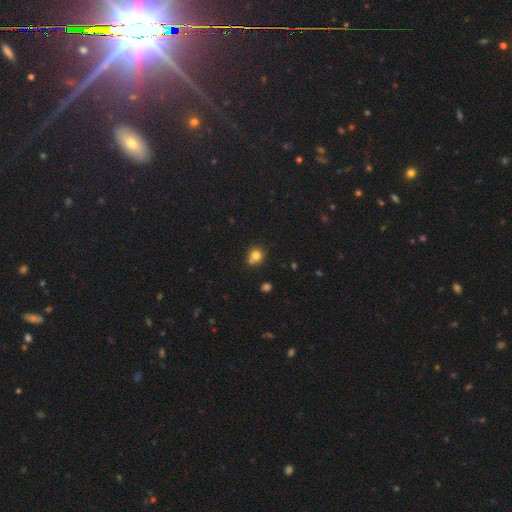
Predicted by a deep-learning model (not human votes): A smooth galaxy with no disk features (79%) that is round (86%).

Vote fractions:
- Smooth or featured? smooth: 79% / star or artifact: 13% / featured or disk: 9%
- How rounded? round: 86% / in between: 13% / cigar-shaped: 1%
- Merging? none: 62% / merger: 21% / minor disturbance: 13% / major disturbance: 4%